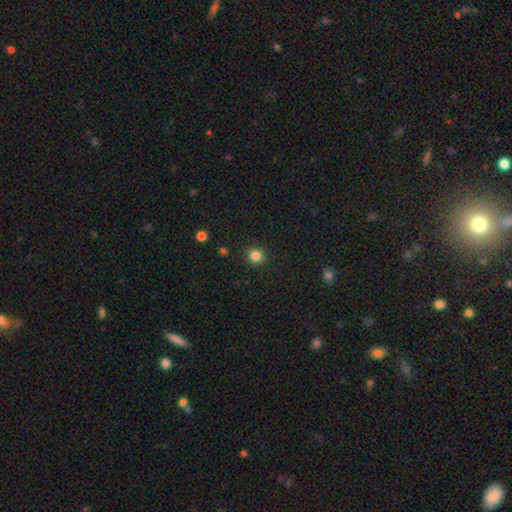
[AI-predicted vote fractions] Smooth or featured? smooth (83%)
How rounded? round (94%)
Merging? none (92%)